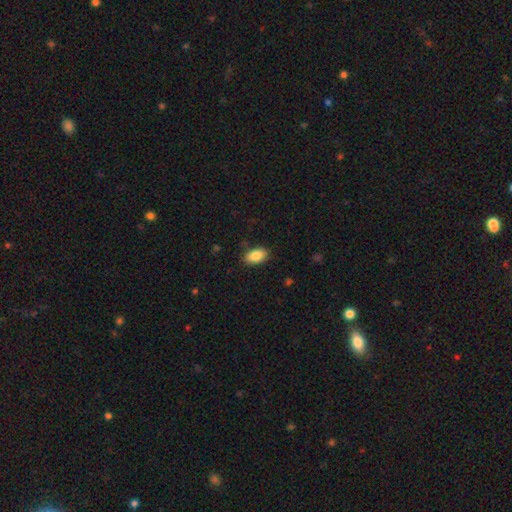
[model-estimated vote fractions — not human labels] Q: Smooth or featured?
A: smooth (87%); runner-up: star or artifact (7%)
Q: How rounded?
A: in between (93%); runner-up: round (5%)
Q: Merging?
A: none (85%); runner-up: minor disturbance (12%)